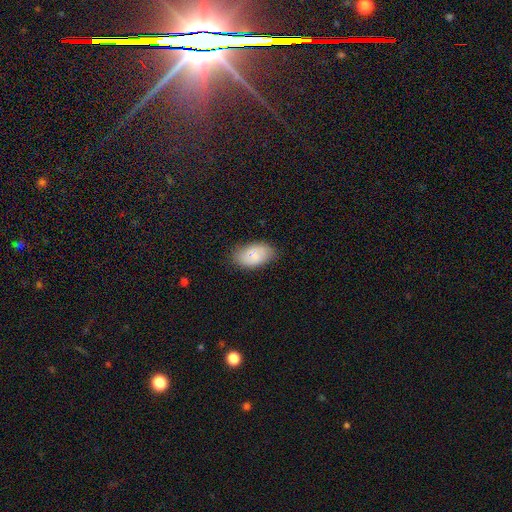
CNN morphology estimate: A smooth galaxy with no disk features (70%) that is in between round and cigar-shaped (93%).

Vote fractions:
- Smooth or featured? smooth: 70% / featured or disk: 22% / star or artifact: 7%
- How rounded? in between: 93% / round: 5% / cigar-shaped: 2%
- Merging? none: 80% / minor disturbance: 15% / major disturbance: 3% / merger: 1%